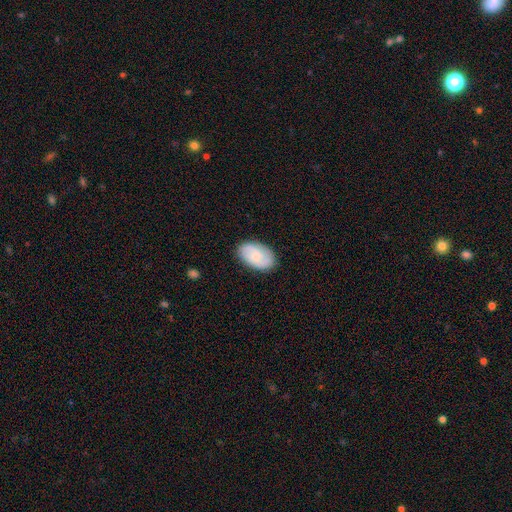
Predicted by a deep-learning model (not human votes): Smooth or featured? smooth (57%)
How rounded? in between (91%)
Merging? none (83%)